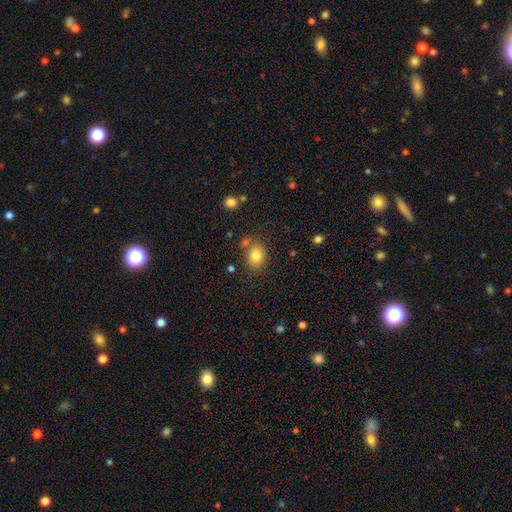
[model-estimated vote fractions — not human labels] smooth 82%, star or artifact 10%, featured or disk 8%. Down the decision tree: how rounded — round (51%); merging — none (73%).